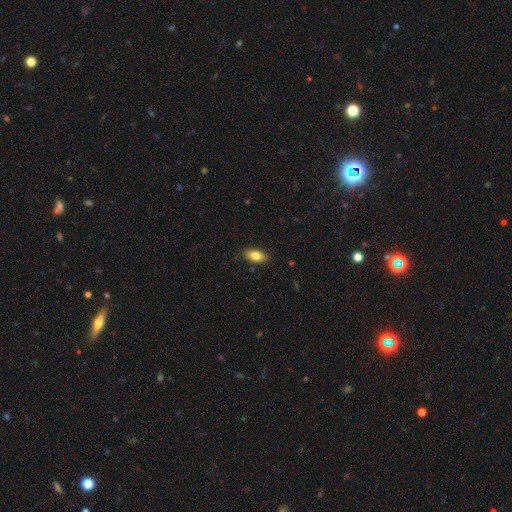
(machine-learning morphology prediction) Overall: smooth (82%). How rounded: in between (89%). Merging: none (86%).